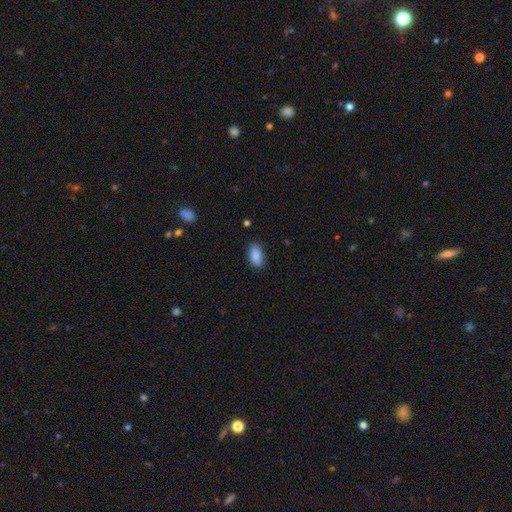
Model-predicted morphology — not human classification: This is clearly a smooth galaxy (88%). How rounded: clearly in between (92%). Merging: clearly none (84%).